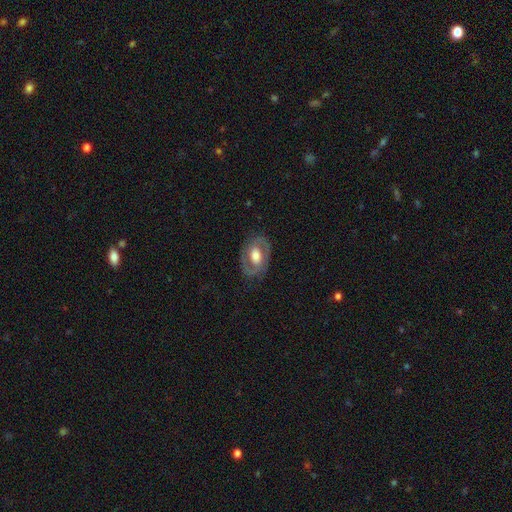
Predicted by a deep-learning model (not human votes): Overall: featured or disk (73%). Edge-on disk: no (95%). Bar: no (48%; weak 35%). Spiral arms: yes (75%). Spiral arm count: 2 (84%). Spiral winding: medium (45%; tight 39%). Bulge size: moderate (60%; large 27%). Merging: none (76%).